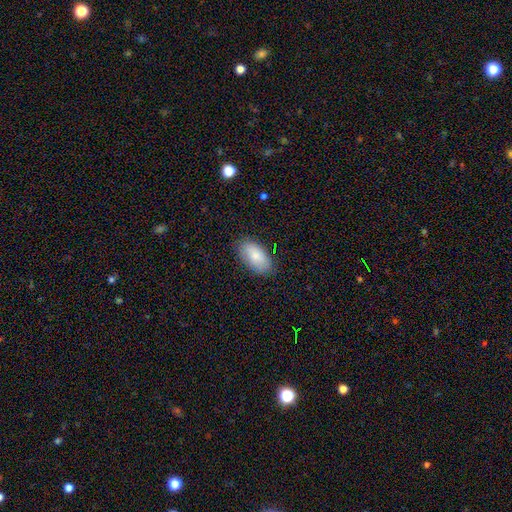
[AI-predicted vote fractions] Smooth or featured: smooth — 80% (featured or disk — 14%)
How rounded: in between — 94% (round — 3%)
Merging: none — 82% (minor disturbance — 14%)